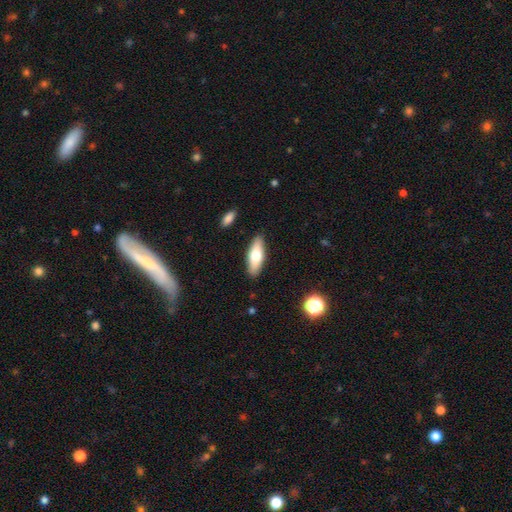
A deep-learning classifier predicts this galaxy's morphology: A smooth galaxy with no disk features (69%) that is in between round and cigar-shaped (64%). Merging: none (88%).